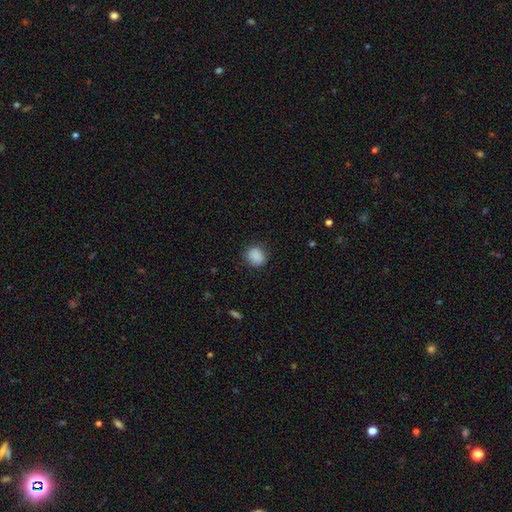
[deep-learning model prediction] Morphology: type=smooth (88%); roundness=round (73%); merging=none (83%).